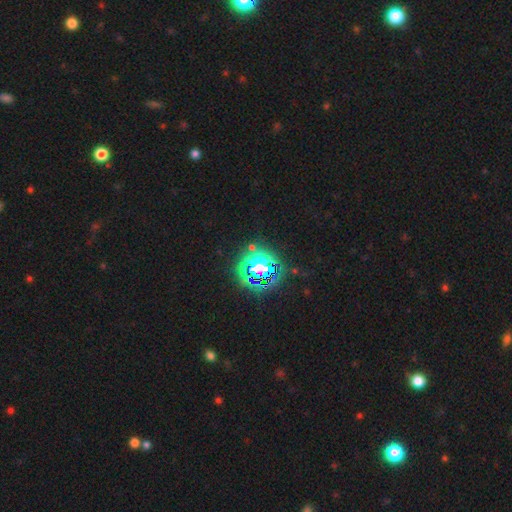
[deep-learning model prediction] smooth-or-featured: star or artifact: 76% | smooth: 16% | featured or disk: 9%